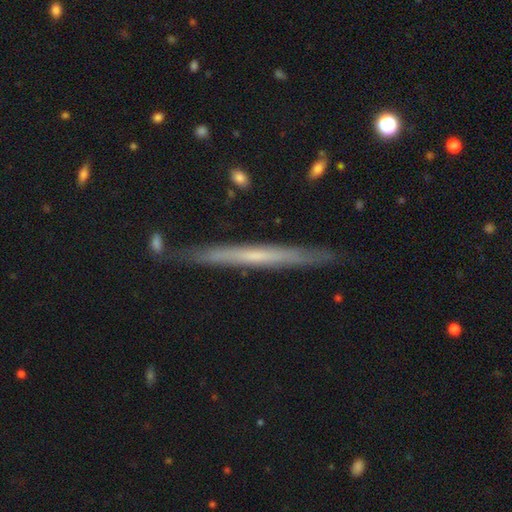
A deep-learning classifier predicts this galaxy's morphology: The model was most divided on "smooth or featured": featured or disk: 59%, smooth: 34%, star or artifact: 6%. More confident: edge-on disk — yes (94%); merging — none (86%); edge-on bulge — none (82%).